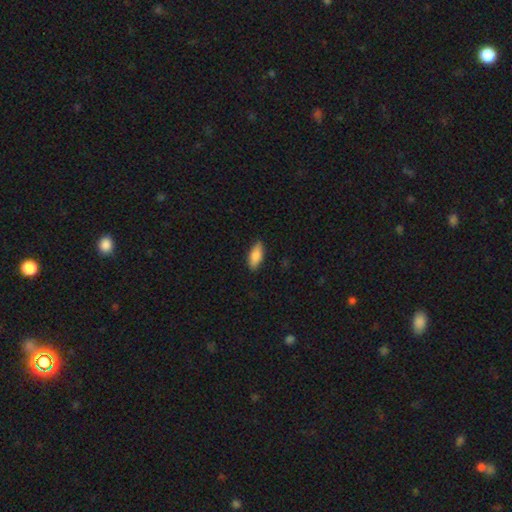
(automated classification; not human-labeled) Overall: smooth (84%). How rounded: in between (80%). Merging: none (87%).